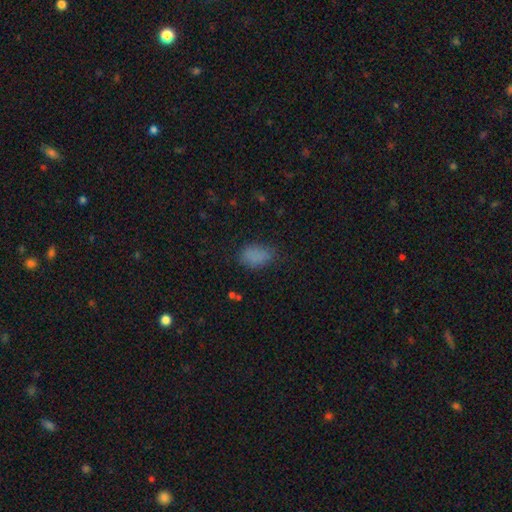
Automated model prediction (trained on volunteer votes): Smooth or featured? Predicted: smooth (p=0.82). How rounded? Predicted: in between (p=0.89). Merging? Predicted: none (p=0.72).